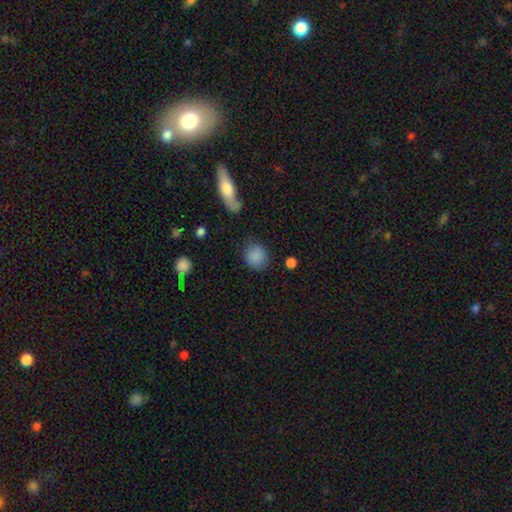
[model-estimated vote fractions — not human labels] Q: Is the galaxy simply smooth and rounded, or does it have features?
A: smooth — 85%.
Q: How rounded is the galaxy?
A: round — 80%.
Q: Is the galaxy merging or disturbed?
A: none — 78%.